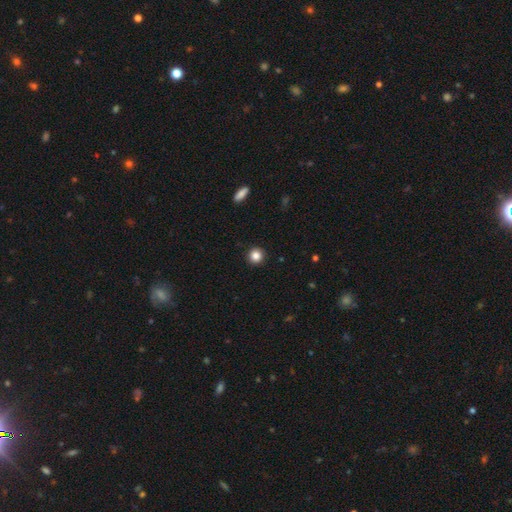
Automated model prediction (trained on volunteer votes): smooth 85%, star or artifact 11%, featured or disk 5%. Down the decision tree: how rounded — round (95%); merging — none (93%).